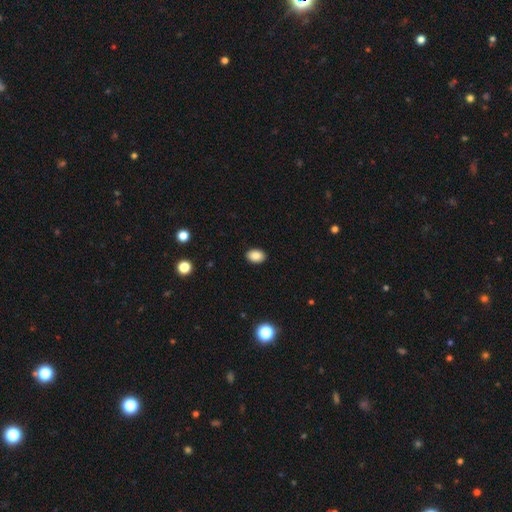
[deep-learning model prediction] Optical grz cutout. It shows a smooth galaxy with no disk features (87%) that is in between round and cigar-shaped (80%). Merging: none (90%).